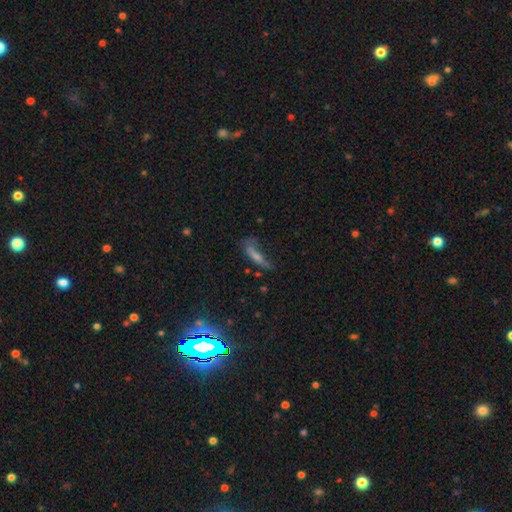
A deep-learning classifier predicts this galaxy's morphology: Smooth or featured: smooth — 41% (featured or disk — 33%)
Merging: none — 40% (major disturbance — 29%)